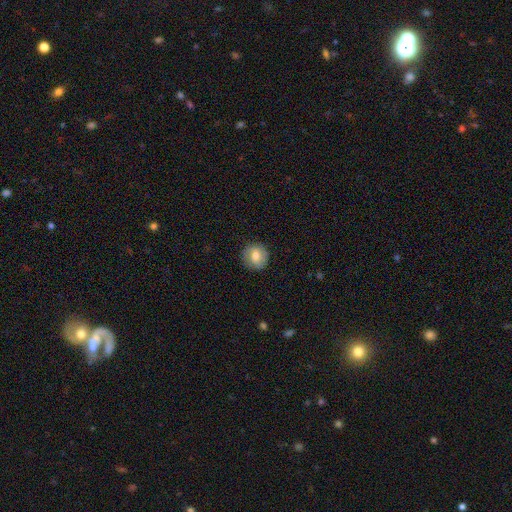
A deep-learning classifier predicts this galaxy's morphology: This appears to be a smooth galaxy with no disk features (65%) that is round (92%). Merging: none (87%).